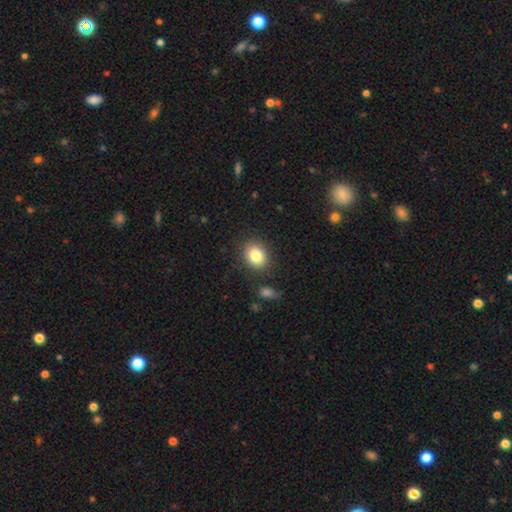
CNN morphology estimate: A smooth galaxy with no disk features (83%) that is round (54%). Merging: none (85%).